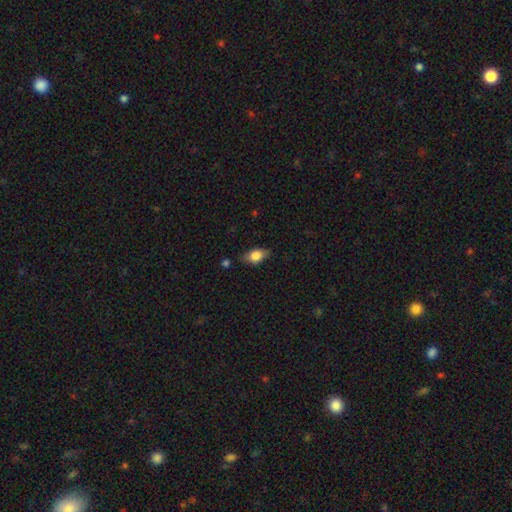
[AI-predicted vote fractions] Smooth or featured: smooth — 77% (featured or disk — 16%)
How rounded: in between — 84% (round — 10%)
Merging: none — 77% (minor disturbance — 17%)